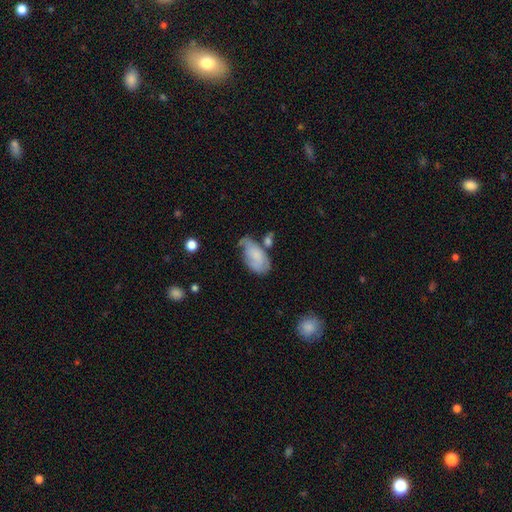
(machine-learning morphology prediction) Smooth or featured? smooth (65%)
How rounded? in between (93%)
Merging? minor disturbance (35%)